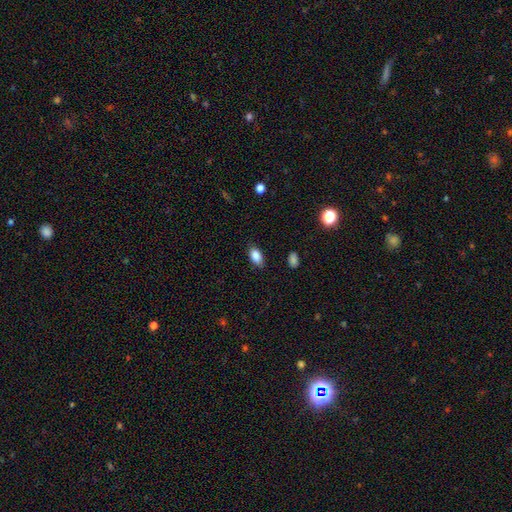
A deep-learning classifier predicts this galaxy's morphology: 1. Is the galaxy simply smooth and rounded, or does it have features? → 87% smooth, 8% star or artifact, 5% featured or disk.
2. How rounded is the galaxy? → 91% in between, 5% round, 4% cigar-shaped.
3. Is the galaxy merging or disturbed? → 84% none, 12% minor disturbance, 3% major disturbance, 1% merger.